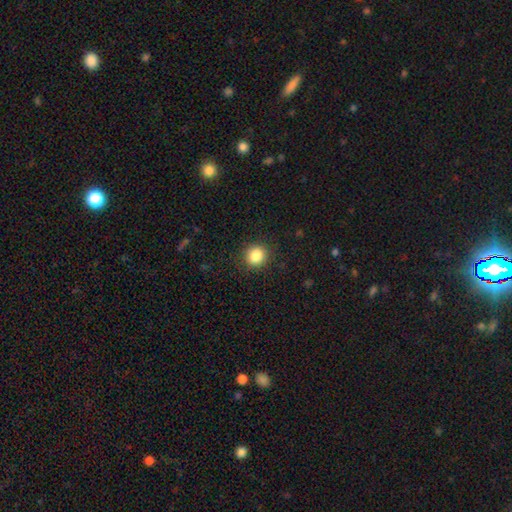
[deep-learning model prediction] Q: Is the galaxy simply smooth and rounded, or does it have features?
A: smooth — 86%.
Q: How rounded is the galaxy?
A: round — 79%.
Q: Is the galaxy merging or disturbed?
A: none — 89%.